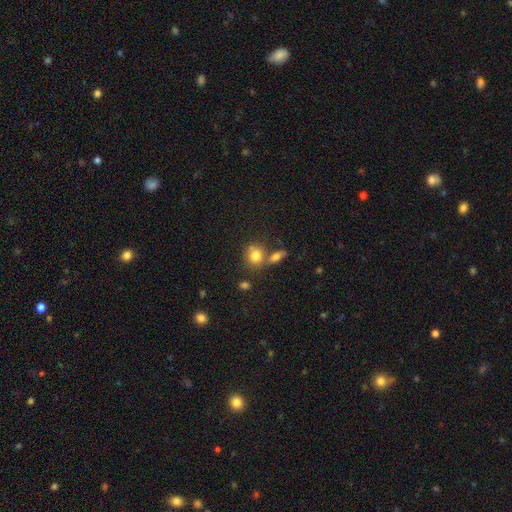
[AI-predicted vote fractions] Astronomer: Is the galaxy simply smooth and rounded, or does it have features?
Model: smooth — 78%.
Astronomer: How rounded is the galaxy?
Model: round — 69%.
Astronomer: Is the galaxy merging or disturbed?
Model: none — 54% (runner-up: merger, 29%).